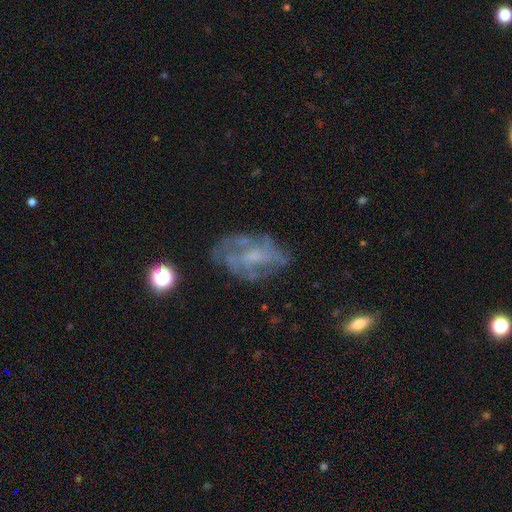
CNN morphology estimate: Overall: featured or disk (69%). Edge-on disk: no (95%). Bar: no (60%; weak 32%). Spiral arms: yes (63%; no 37%). Bulge size: small (42%; none 28%). Merging: none (60%; minor disturbance 21%).